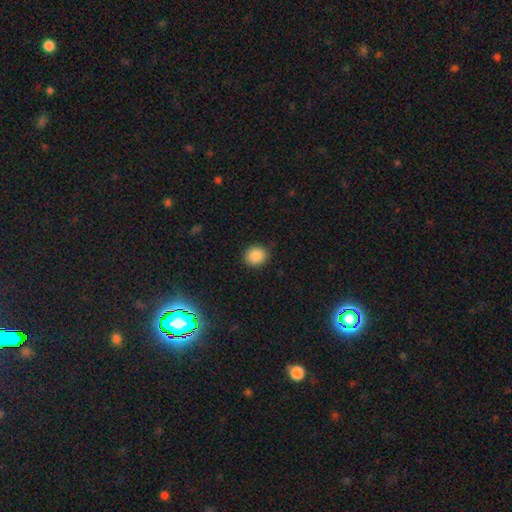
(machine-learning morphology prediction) Overall: smooth (87%). How rounded: round (81%). Merging: none (88%).